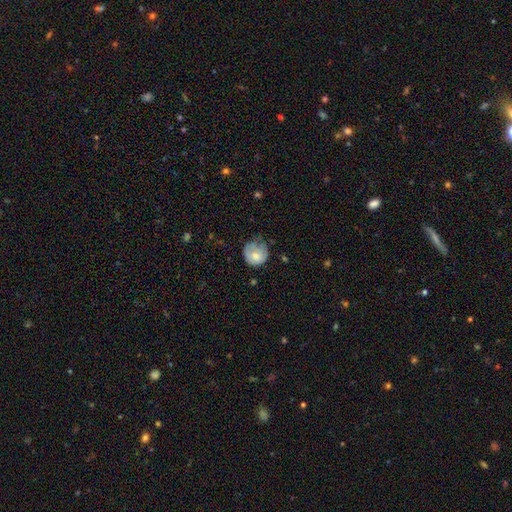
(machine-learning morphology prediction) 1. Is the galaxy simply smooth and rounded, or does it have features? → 65% smooth, 28% featured or disk, 7% star or artifact.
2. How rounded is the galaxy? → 83% round, 16% in between, 1% cigar-shaped.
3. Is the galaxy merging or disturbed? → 44% none, 37% minor disturbance, 17% major disturbance, 2% merger.